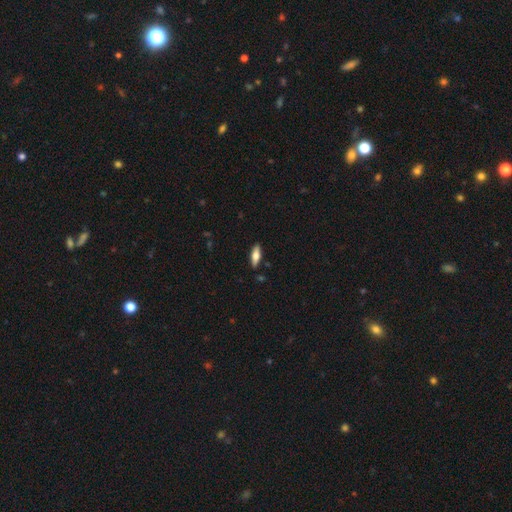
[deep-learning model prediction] A smooth galaxy with no disk features (60%) that is in between round and cigar-shaped (58%).

Vote fractions:
- Smooth or featured? smooth: 60% / featured or disk: 34% / star or artifact: 6%
- How rounded? in between: 58% / cigar-shaped: 40% / round: 2%
- Merging? none: 87% / minor disturbance: 9% / major disturbance: 2% / merger: 2%